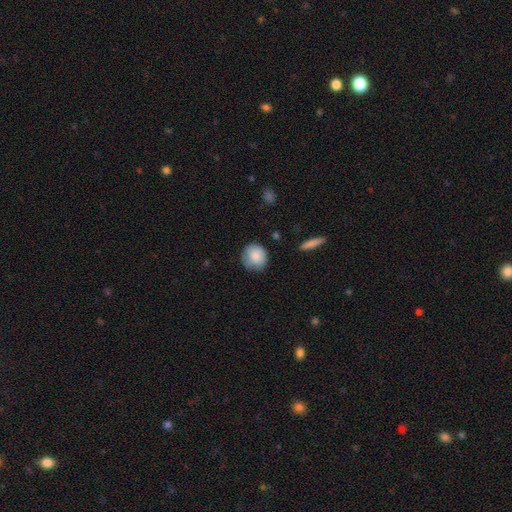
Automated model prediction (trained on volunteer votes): A smooth galaxy with no disk features (83%) that is round (79%). Merging: none (73%).